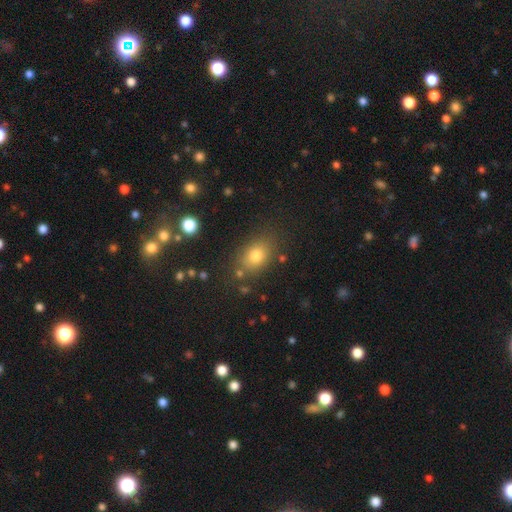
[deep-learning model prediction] Morphology: type=smooth (75%); roundness=in between (69%); merging=none (79%).